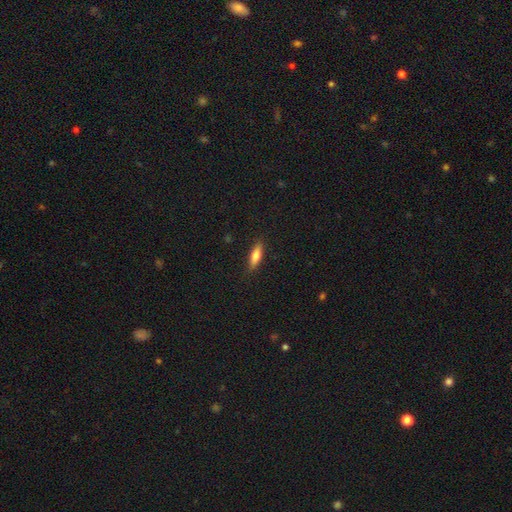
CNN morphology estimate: A smooth galaxy with no disk features (71%) that is cigar-shaped (55%). Merging: none (86%).